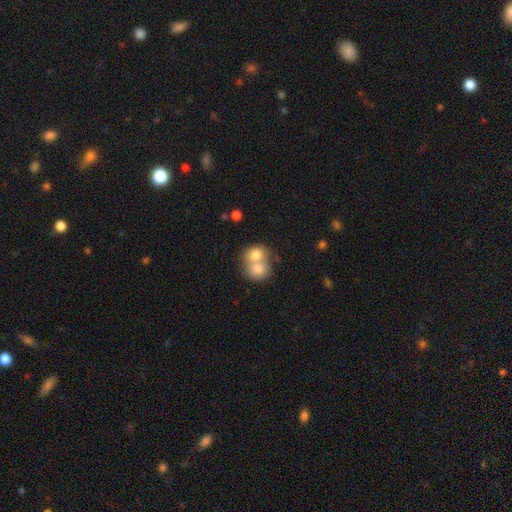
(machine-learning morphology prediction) This appears to be a smooth galaxy with no disk features (74%) that is round (73%). Merging: merger (71%).